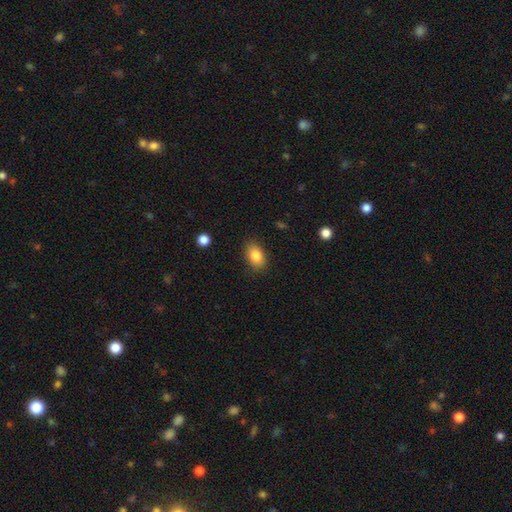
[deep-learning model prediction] smooth-or-featured: smooth: 85% | star or artifact: 8% | featured or disk: 7%
  how-rounded: in between: 85% | round: 13% | cigar-shaped: 2%
  merging: none: 85% | minor disturbance: 11% | major disturbance: 3% | merger: 1%